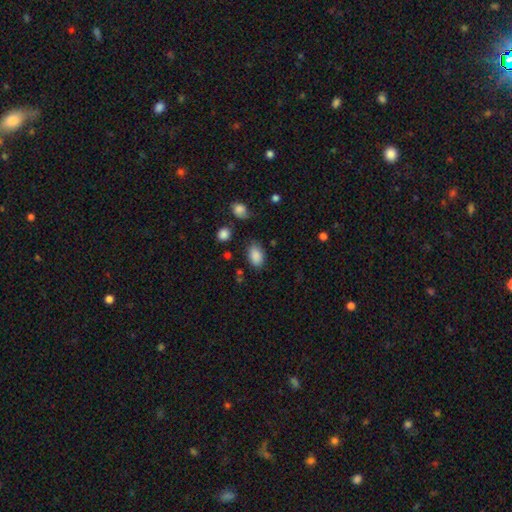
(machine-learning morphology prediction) smooth 87%, star or artifact 8%, featured or disk 5%. Down the decision tree: how rounded — in between (89%); merging — none (75%).